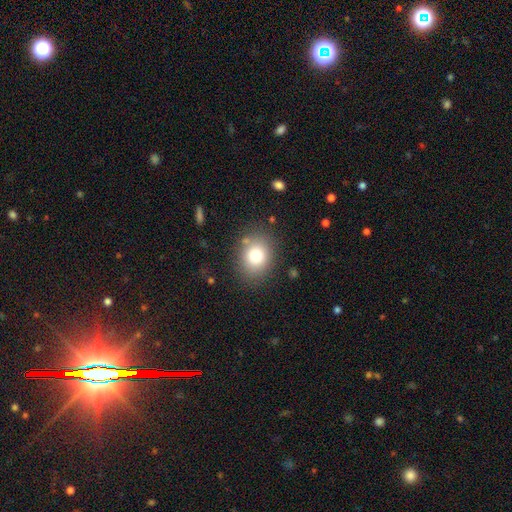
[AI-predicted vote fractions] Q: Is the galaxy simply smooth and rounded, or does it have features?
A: smooth — 79%.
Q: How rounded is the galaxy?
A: round — 58%.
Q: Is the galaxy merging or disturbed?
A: none — 81%.